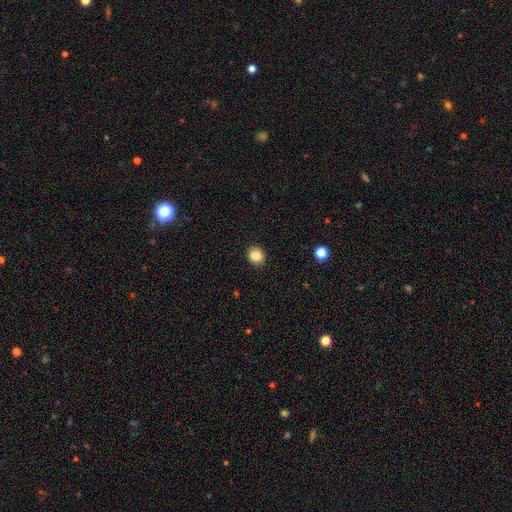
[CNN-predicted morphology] A smooth galaxy with no disk features (88%) that is round (75%). Merging: none (90%).